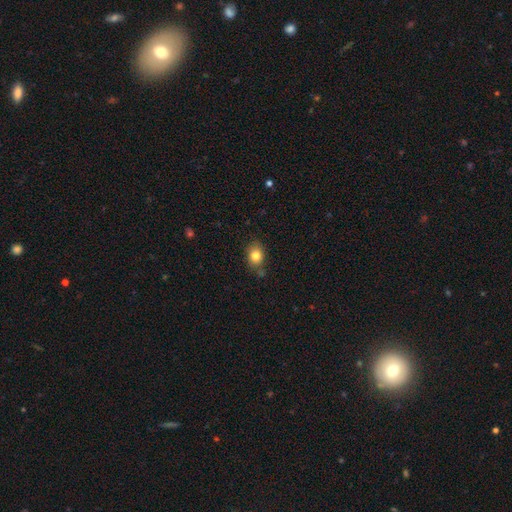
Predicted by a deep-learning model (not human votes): Smooth or featured?
  - smooth: 81% *
  - star or artifact: 10%
  - featured or disk: 9%
How rounded?
  - in between: 60% *
  - round: 39%
  - cigar-shaped: 1%
Merging?
  - none: 74% *
  - minor disturbance: 18%
  - merger: 5%
  - major disturbance: 4%